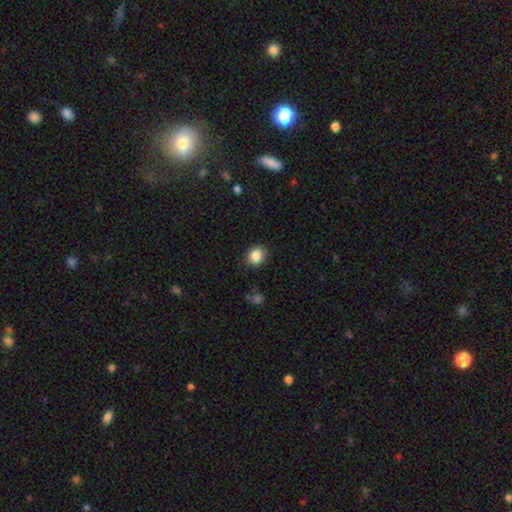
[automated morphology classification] This appears to be a smooth galaxy with no disk features (86%) that is round (74%). Merging: none (87%).